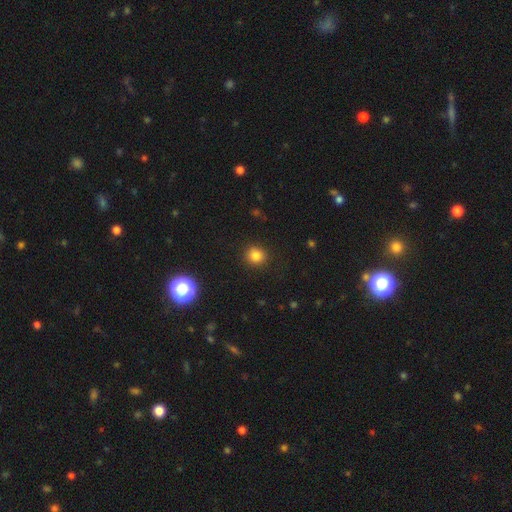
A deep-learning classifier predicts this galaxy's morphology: A smooth galaxy with no disk features (83%) that is round (88%).

Vote fractions:
- Smooth or featured? smooth: 83% / star or artifact: 13% / featured or disk: 5%
- How rounded? round: 88% / in between: 11% / cigar-shaped: 1%
- Merging? none: 90% / minor disturbance: 7% / major disturbance: 2% / merger: 1%